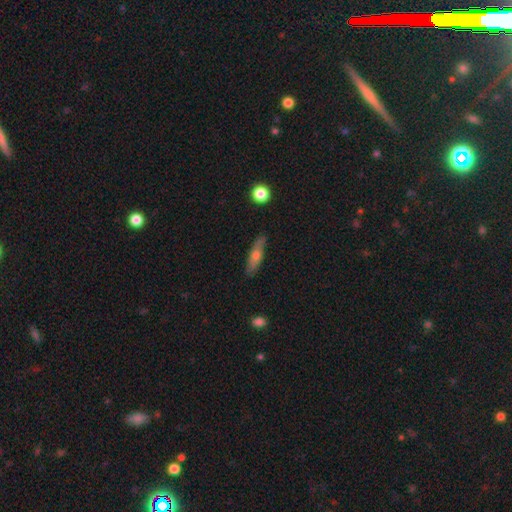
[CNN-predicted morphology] Smooth or featured?
  - smooth: 56% *
  - featured or disk: 37%
  - star or artifact: 7%
How rounded?
  - cigar-shaped: 67% *
  - in between: 29%
  - round: 3%
Merging?
  - none: 78% *
  - minor disturbance: 16%
  - major disturbance: 3%
  - merger: 2%